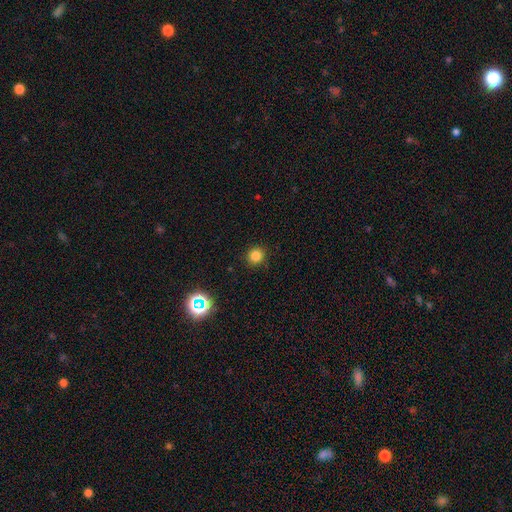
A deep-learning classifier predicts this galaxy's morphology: Smooth or featured? Predicted: smooth (p=0.81). How rounded? Predicted: round (p=0.91). Merging? Predicted: none (p=0.91).